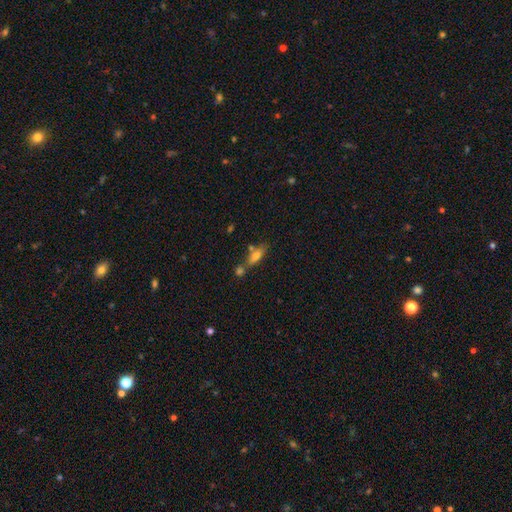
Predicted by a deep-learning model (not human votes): The model was most divided on "how rounded": in between: 53%, cigar-shaped: 43%, round: 4%. More confident: smooth or featured — smooth (67%); merging — none (54%).